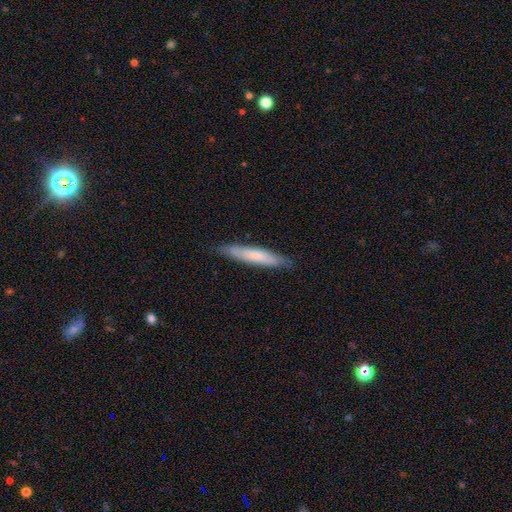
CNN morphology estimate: type=smooth (64%); roundness=cigar-shaped (92%); merging=none (86%).